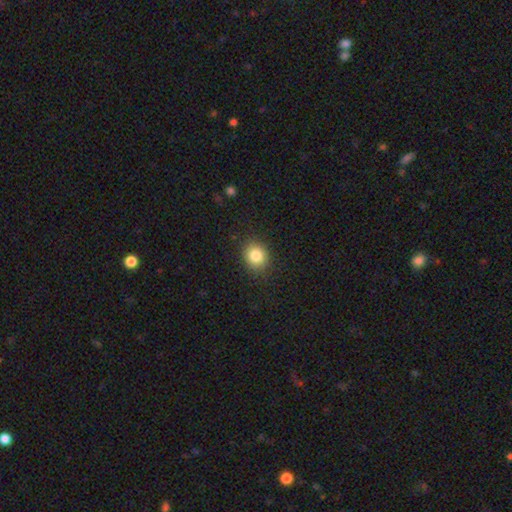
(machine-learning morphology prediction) smooth 84%, star or artifact 10%, featured or disk 6%. Down the decision tree: how rounded — round (69%); merging — none (88%).